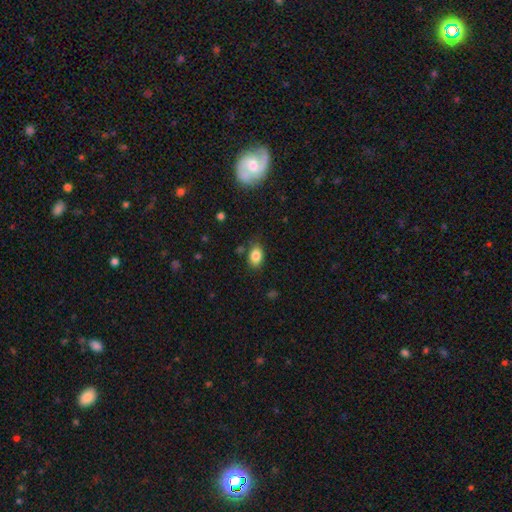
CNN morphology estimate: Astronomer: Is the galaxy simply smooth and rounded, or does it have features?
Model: smooth — 84%.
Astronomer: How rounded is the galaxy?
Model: in between — 86%.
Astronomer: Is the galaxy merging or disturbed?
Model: none — 77%.